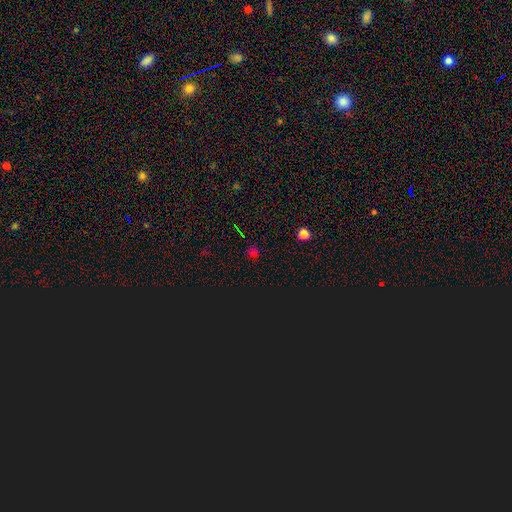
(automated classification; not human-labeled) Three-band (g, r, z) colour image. It shows a star or artifact, not a galaxy (57%).